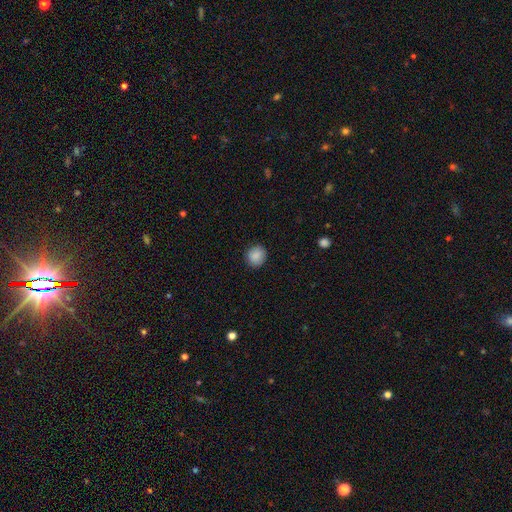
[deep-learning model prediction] Morphology: type=smooth (88%); roundness=round (87%); merging=none (90%).